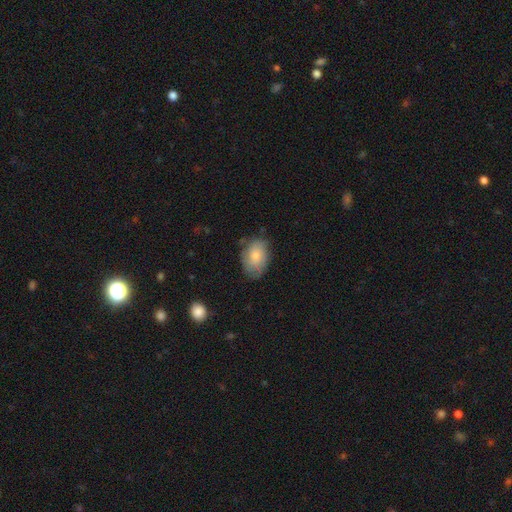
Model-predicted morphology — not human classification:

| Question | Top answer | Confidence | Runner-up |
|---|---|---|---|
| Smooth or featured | smooth | 71% | featured or disk (22%) |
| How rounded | in between | 84% | round (15%) |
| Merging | none | 66% | minor disturbance (25%) |